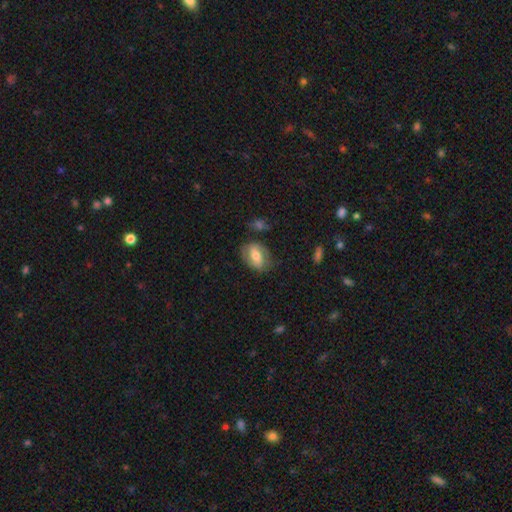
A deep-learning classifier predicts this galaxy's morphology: Smooth or featured: smooth — 54% (featured or disk — 39%)
How rounded: in between — 77% (round — 21%)
Merging: none — 69% (minor disturbance — 20%)